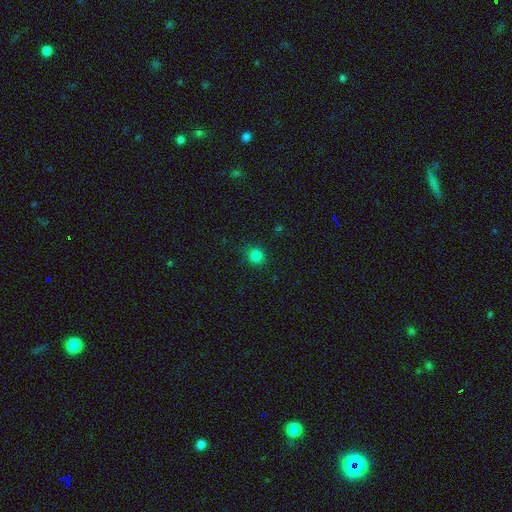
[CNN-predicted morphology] smooth_or_featured: smooth (p=0.81) [alt: star or artifact p=0.15]
how_rounded: round (p=0.86) [alt: in between p=0.13]
merging: none (p=0.84) [alt: minor disturbance p=0.11]